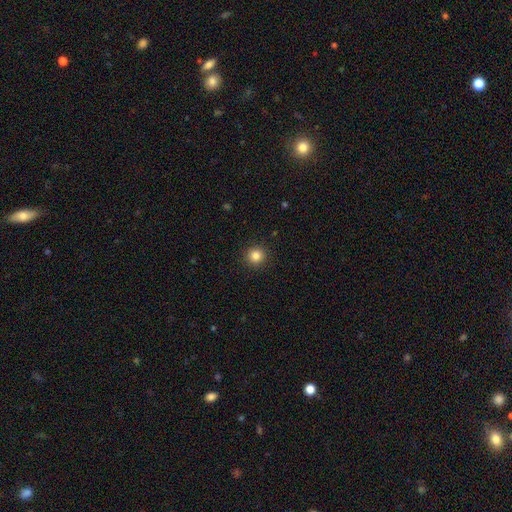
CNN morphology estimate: smooth-or-featured: smooth: 84% | star or artifact: 11% | featured or disk: 5%
  how-rounded: round: 94% | in between: 5% | cigar-shaped: 1%
  merging: none: 92% | minor disturbance: 5% | major disturbance: 2% | merger: 1%